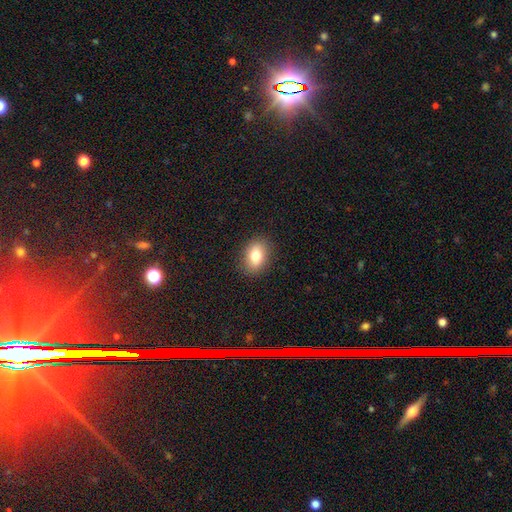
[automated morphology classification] Overall: smooth (80%). How rounded: in between (77%). Merging: none (88%).